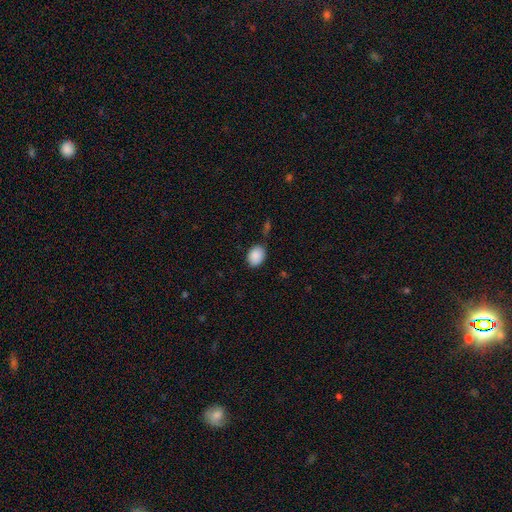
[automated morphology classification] This appears to be a smooth galaxy with no disk features (89%) that is in between round and cigar-shaped (67%). Merging: none (75%).